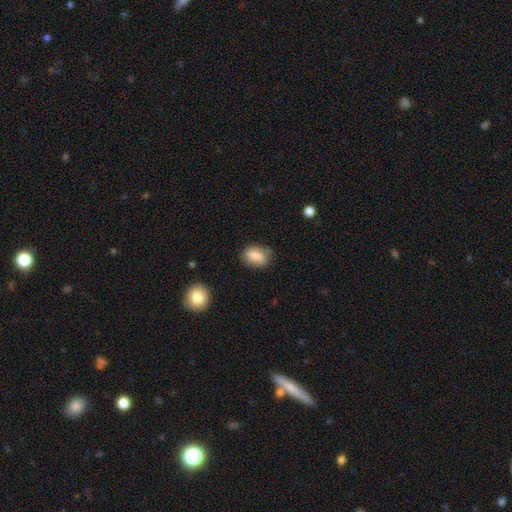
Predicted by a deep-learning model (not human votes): Smooth or featured? Predicted: smooth (p=0.80). How rounded? Predicted: in between (p=0.80). Merging? Predicted: none (p=0.70).